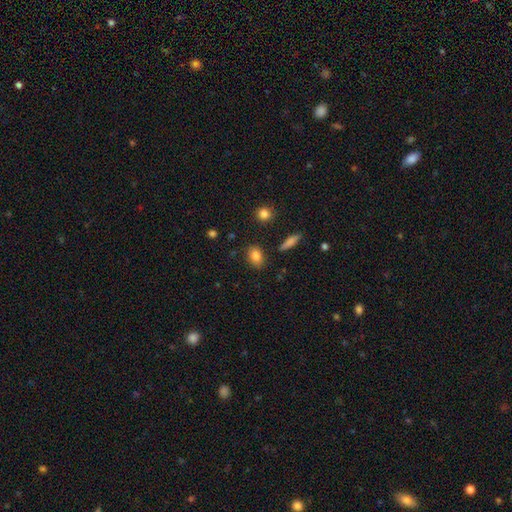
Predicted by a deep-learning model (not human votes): smooth 84%, star or artifact 9%, featured or disk 7%. Down the decision tree: how rounded — in between (70%); merging — none (83%).